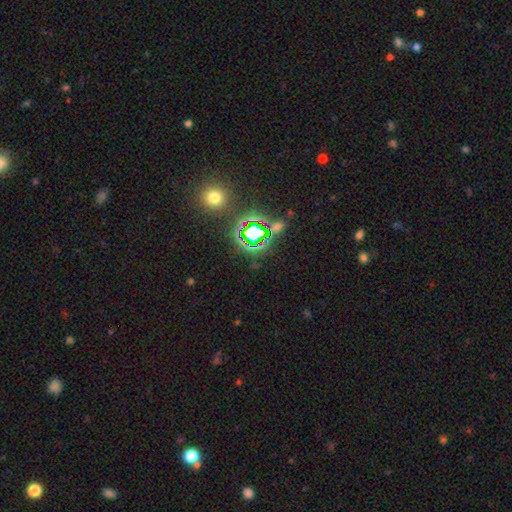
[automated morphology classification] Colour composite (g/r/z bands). It shows a star or artifact, not a galaxy (76%).